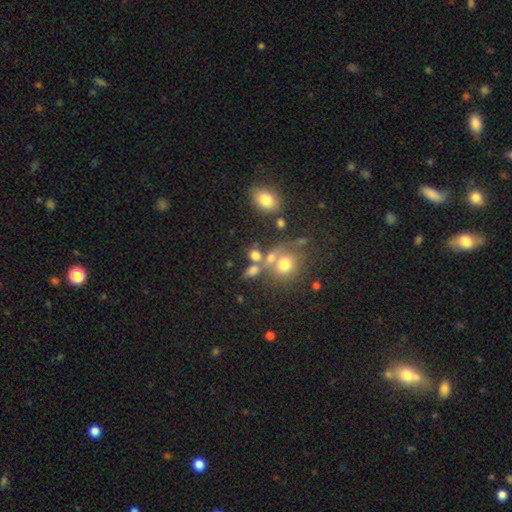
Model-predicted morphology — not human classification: smooth_or_featured: smooth (p=0.68) [alt: star or artifact p=0.19]
how_rounded: round (p=0.52) [alt: in between p=0.44]
merging: none (p=0.46) [alt: merger p=0.34]